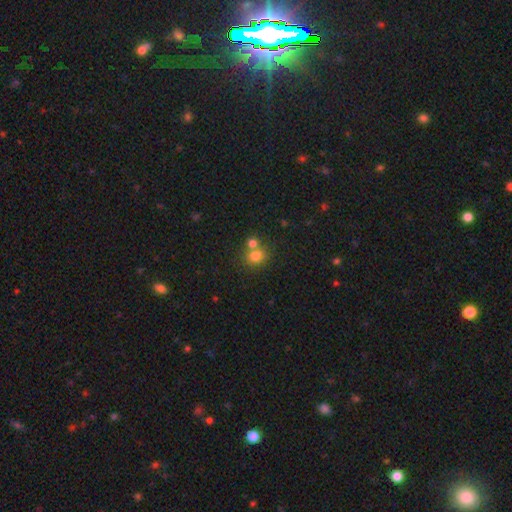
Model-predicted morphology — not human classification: smooth 77%, star or artifact 14%, featured or disk 9%. Down the decision tree: how rounded — round (69%); merging — none (51%).